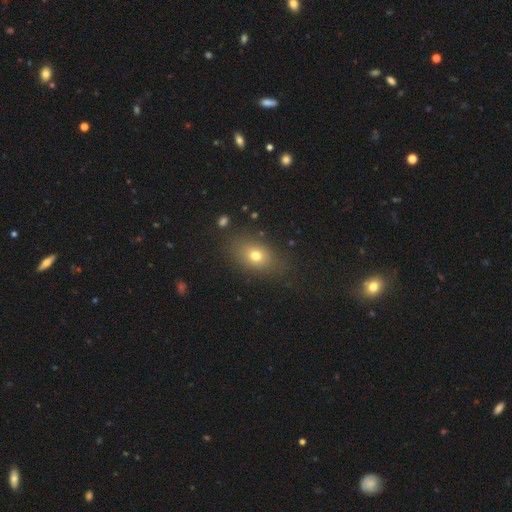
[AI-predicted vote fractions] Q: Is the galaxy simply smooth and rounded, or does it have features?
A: smooth — 72%.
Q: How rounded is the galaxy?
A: in between — 69%.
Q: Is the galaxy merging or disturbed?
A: none — 79%.